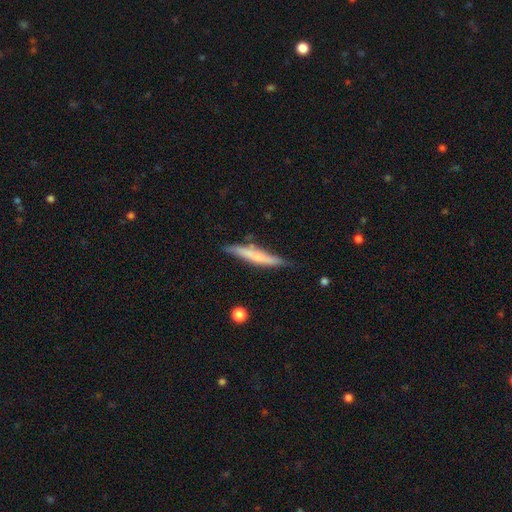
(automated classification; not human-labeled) Smooth or featured: smooth — 54% (featured or disk — 40%)
How rounded: cigar-shaped — 93% (in between — 5%)
Merging: none — 74% (minor disturbance — 19%)